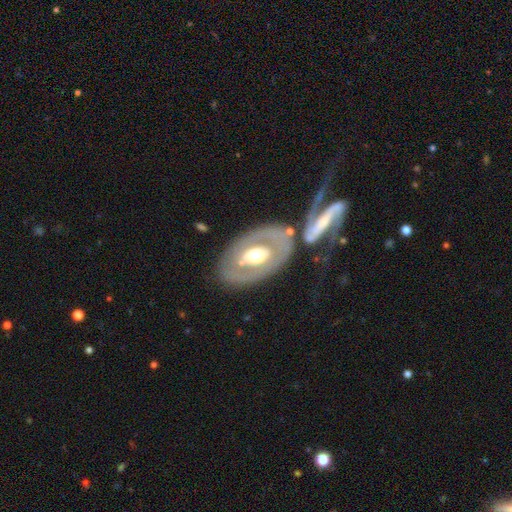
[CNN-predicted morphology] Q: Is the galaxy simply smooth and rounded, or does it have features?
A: featured or disk — 63%.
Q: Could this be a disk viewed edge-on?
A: no — 90%.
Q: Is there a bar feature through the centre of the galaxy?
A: no — 65%.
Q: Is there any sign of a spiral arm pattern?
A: no — 81%.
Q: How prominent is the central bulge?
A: moderate — 62%.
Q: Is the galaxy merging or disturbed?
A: none — 72%.